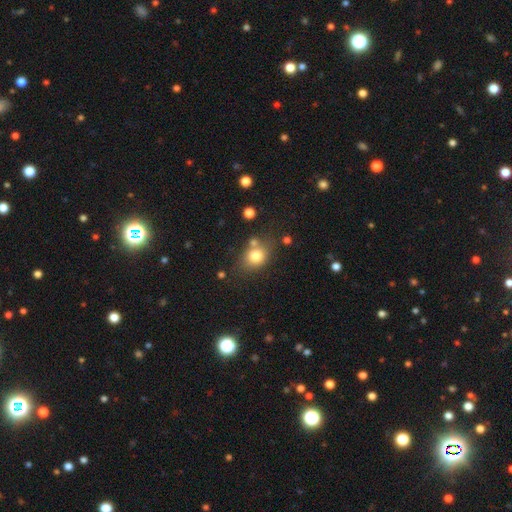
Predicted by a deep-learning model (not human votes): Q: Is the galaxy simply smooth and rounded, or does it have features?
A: smooth — 79%.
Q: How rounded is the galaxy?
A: round — 53%.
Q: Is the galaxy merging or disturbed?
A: none — 62%.